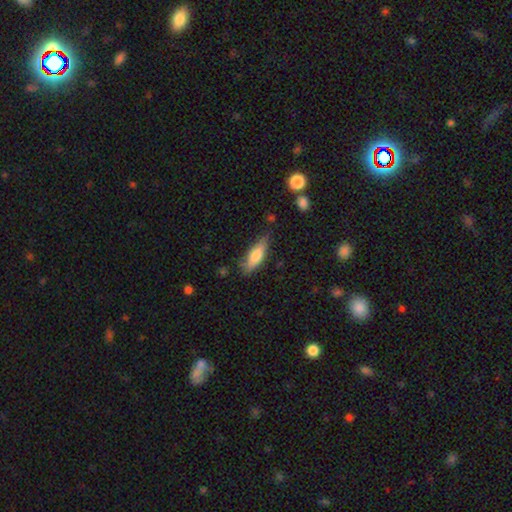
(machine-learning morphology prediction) Smooth or featured? Predicted: smooth (p=0.72). How rounded? Predicted: in between (p=0.53). Merging? Predicted: none (p=0.68).